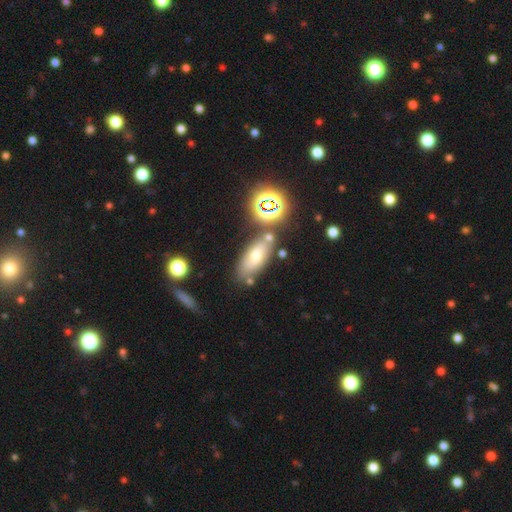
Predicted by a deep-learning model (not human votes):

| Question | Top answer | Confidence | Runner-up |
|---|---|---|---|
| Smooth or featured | smooth | 60% | featured or disk (23%) |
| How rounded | in between | 75% | cigar-shaped (18%) |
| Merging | none | 71% | minor disturbance (13%) |